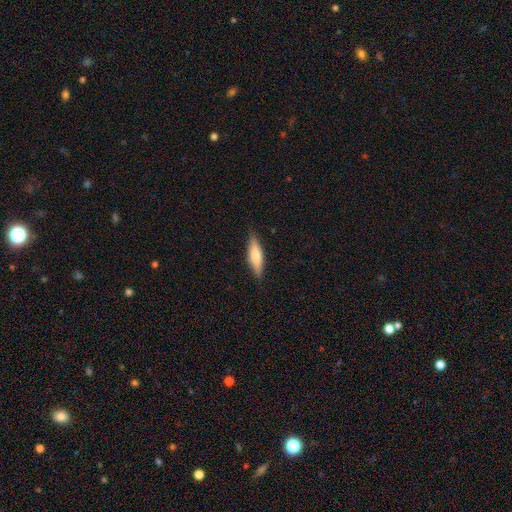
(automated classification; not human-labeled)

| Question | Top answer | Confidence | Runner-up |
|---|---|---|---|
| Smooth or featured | smooth | 68% | featured or disk (26%) |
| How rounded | cigar-shaped | 61% | in between (37%) |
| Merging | none | 86% | minor disturbance (11%) |